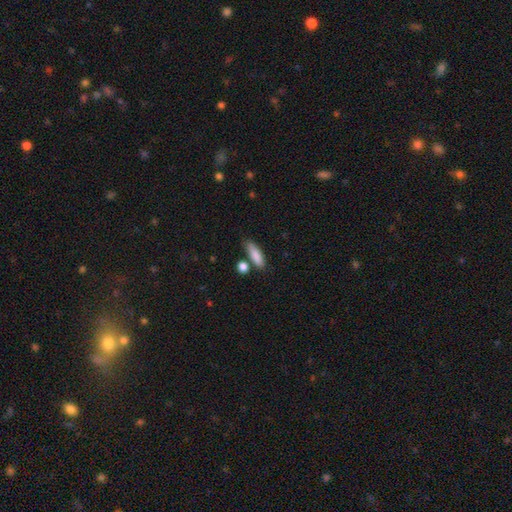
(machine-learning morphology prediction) A smooth galaxy with no disk features (86%) that is in between round and cigar-shaped (52%). Merging: none (70%).